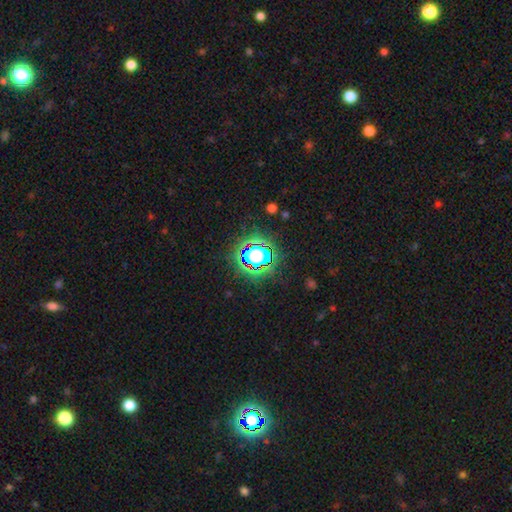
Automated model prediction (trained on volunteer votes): A star or artifact, not a galaxy (67%).